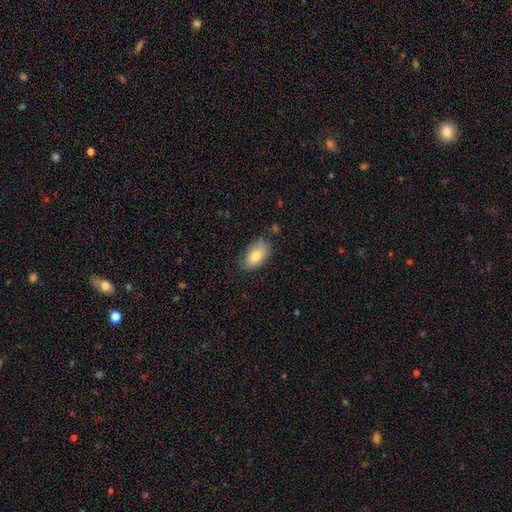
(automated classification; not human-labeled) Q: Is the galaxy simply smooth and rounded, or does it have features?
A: smooth — 80%.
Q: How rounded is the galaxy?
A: in between — 93%.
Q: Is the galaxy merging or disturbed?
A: none — 71%.